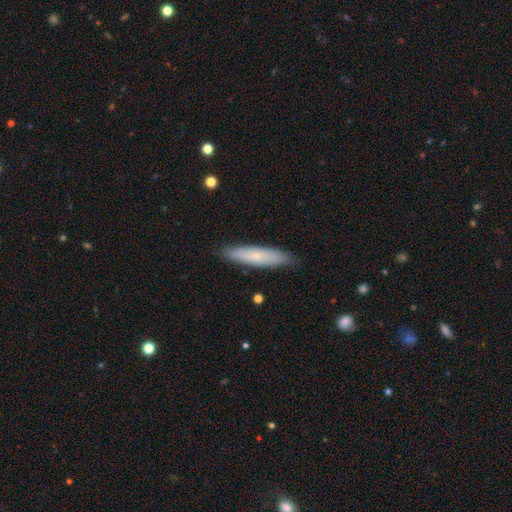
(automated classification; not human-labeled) Smooth or featured: smooth — 63% (featured or disk — 31%)
How rounded: cigar-shaped — 82% (in between — 17%)
Merging: none — 86% (minor disturbance — 11%)